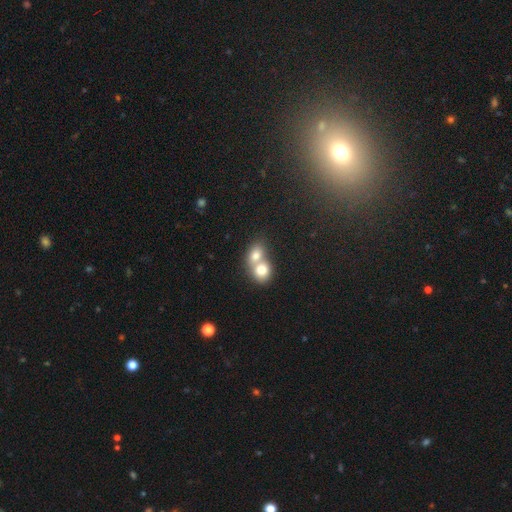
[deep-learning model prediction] smooth-or-featured: smooth: 74% | featured or disk: 17% | star or artifact: 9%
  how-rounded: round: 57% | in between: 42% | cigar-shaped: 1%
  merging: merger: 74% | none: 20% | minor disturbance: 4% | major disturbance: 2%